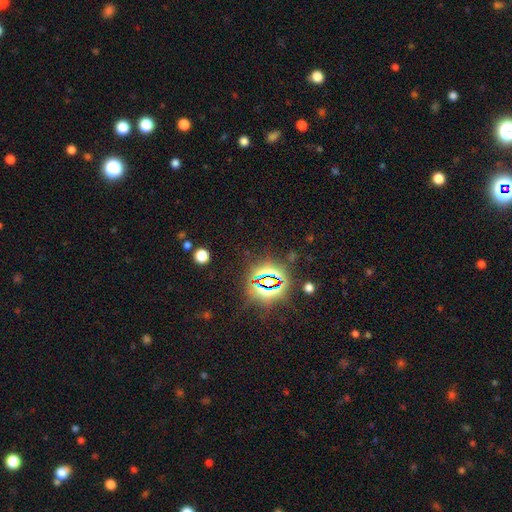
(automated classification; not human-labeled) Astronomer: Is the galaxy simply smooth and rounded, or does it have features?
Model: star or artifact — 82%.